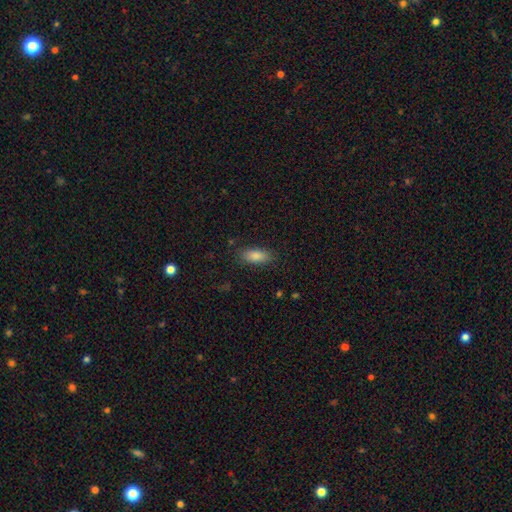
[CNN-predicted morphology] A smooth galaxy with no disk features (84%) that is in between round and cigar-shaped (80%). Merging: none (86%).